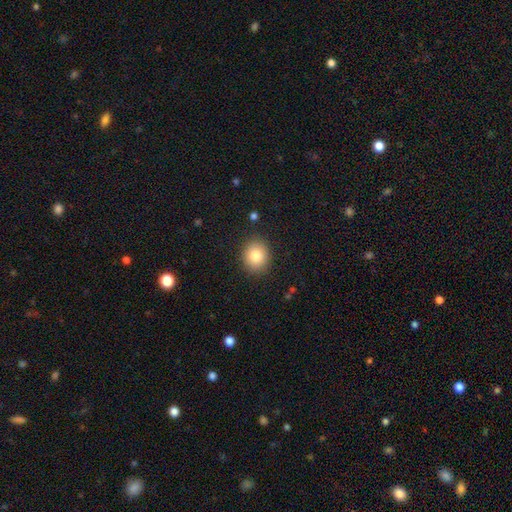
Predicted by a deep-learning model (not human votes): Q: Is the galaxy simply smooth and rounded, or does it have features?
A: smooth — 84%.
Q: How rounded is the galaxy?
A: round — 65%.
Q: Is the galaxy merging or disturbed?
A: none — 88%.